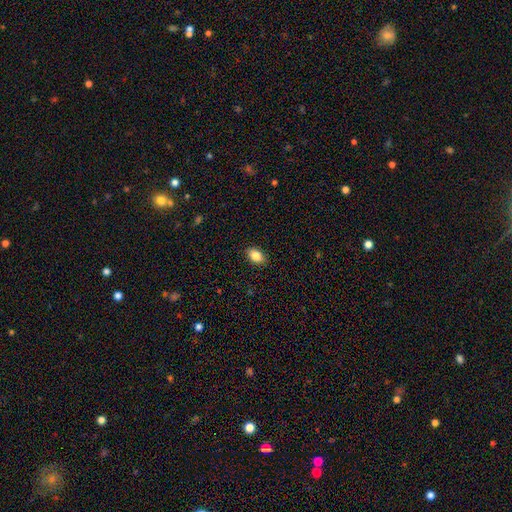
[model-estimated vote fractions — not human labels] smooth-or-featured: smooth: 84% | star or artifact: 8% | featured or disk: 7%
  how-rounded: in between: 85% | round: 13% | cigar-shaped: 2%
  merging: none: 89% | minor disturbance: 8% | major disturbance: 2% | merger: 1%